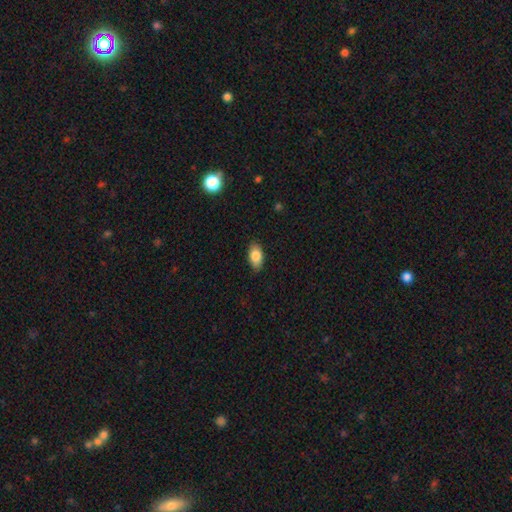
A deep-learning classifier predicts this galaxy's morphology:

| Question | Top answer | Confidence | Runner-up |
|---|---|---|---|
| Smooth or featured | smooth | 83% | featured or disk (10%) |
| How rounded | in between | 91% | round (5%) |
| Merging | none | 86% | minor disturbance (11%) |